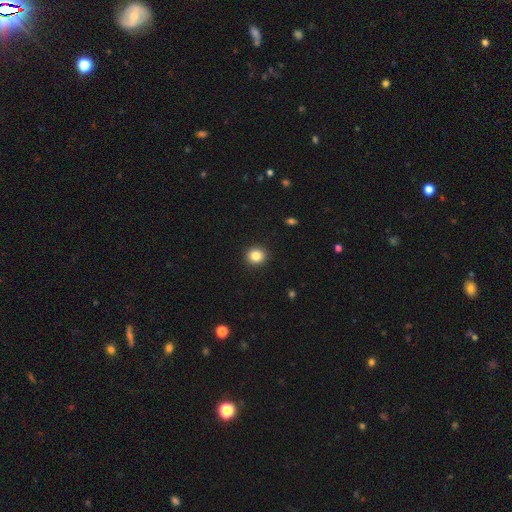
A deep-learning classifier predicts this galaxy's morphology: smooth-or-featured: smooth: 84% | star or artifact: 10% | featured or disk: 6%
  how-rounded: round: 85% | in between: 14% | cigar-shaped: 1%
  merging: none: 92% | minor disturbance: 5% | major disturbance: 2% | merger: 1%